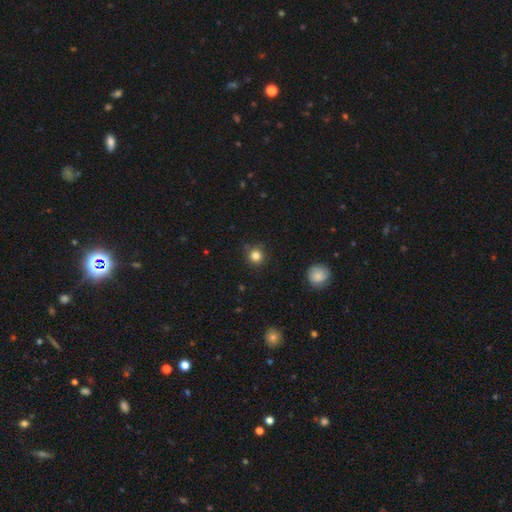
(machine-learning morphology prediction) Smooth or featured: smooth — 83% (star or artifact — 12%)
How rounded: round — 93% (in between — 6%)
Merging: none — 86% (minor disturbance — 10%)